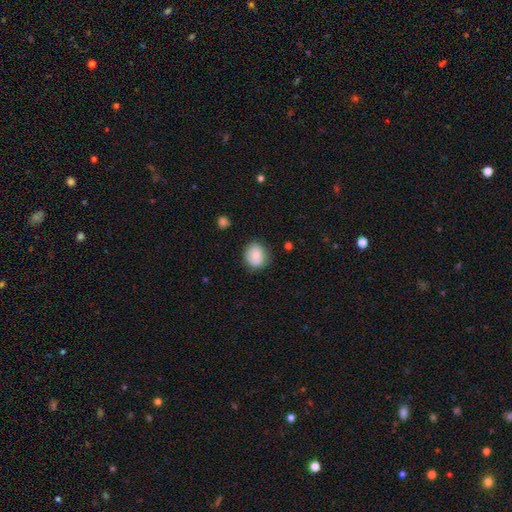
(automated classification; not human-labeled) Smooth or featured: smooth — 77% (featured or disk — 15%)
How rounded: round — 68% (in between — 31%)
Merging: none — 73% (minor disturbance — 20%)